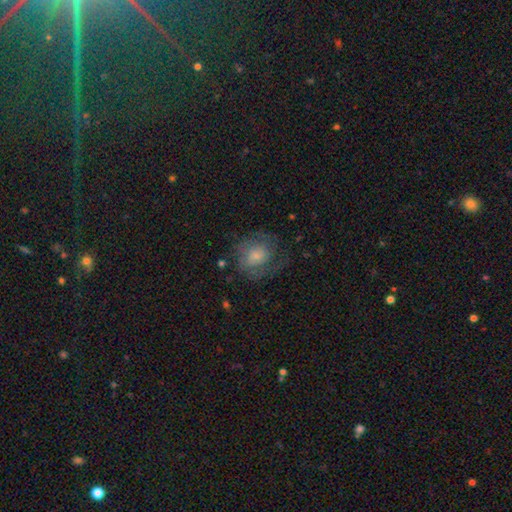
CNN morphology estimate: The model was most divided on "smooth or featured": featured or disk: 51%, smooth: 37%, star or artifact: 13%. More confident: edge-on disk — no (97%); merging — none (65%).